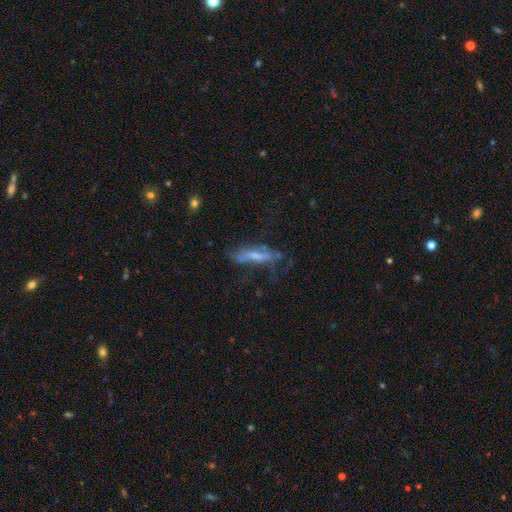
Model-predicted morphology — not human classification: Smooth or featured?
  - featured or disk: 54% *
  - smooth: 33%
  - star or artifact: 12%
Edge-on disk?
  - no: 51% *
  - yes: 49%
Merging?
  - none: 48% *
  - minor disturbance: 25%
  - major disturbance: 24%
  - merger: 4%